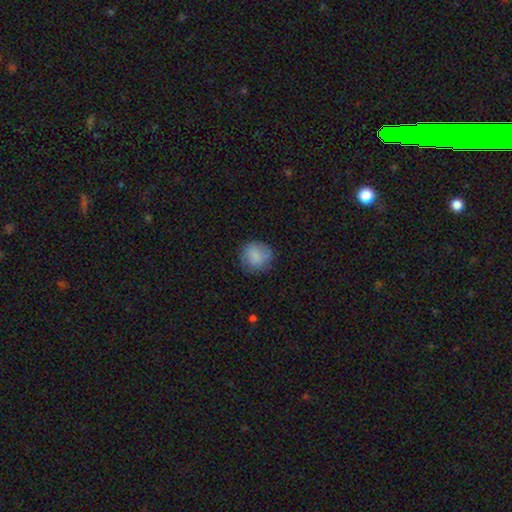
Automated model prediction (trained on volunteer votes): This is likely a smooth galaxy (79%). How rounded: clearly round (89%). Merging: likely none (76%).